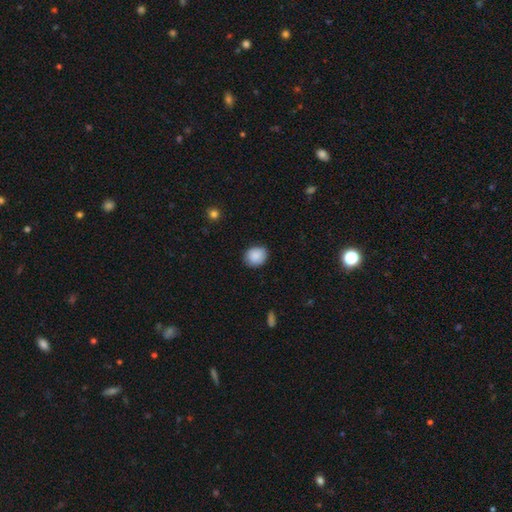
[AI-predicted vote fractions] smooth 88%, star or artifact 7%, featured or disk 4%. Down the decision tree: how rounded — round (67%); merging — none (83%).